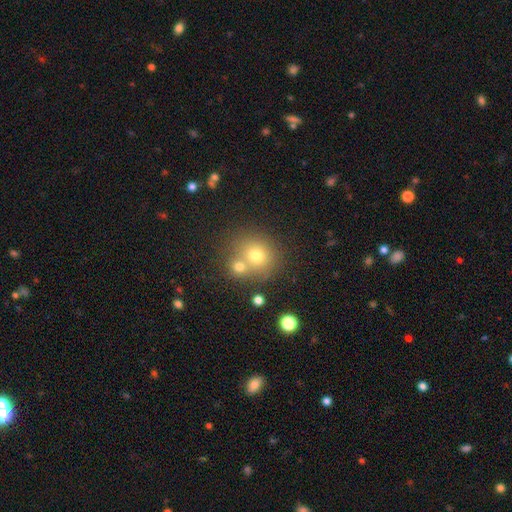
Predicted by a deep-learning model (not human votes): Smooth or featured? Predicted: smooth (p=0.71). How rounded? Predicted: round (p=0.86). Merging? Predicted: none (p=0.54).